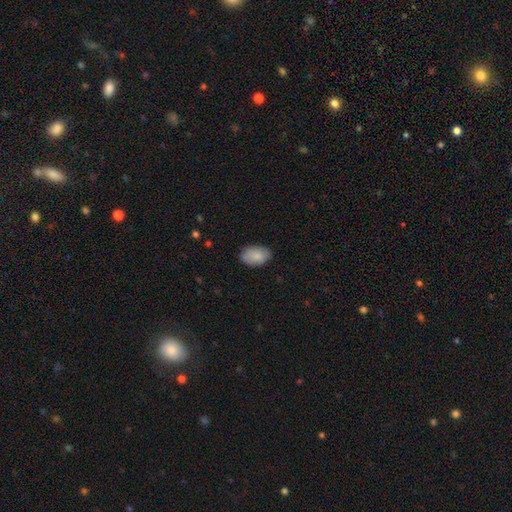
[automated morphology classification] Q: Smooth or featured?
A: smooth (86%); runner-up: featured or disk (8%)
Q: How rounded?
A: in between (91%); runner-up: round (8%)
Q: Merging?
A: none (82%); runner-up: minor disturbance (14%)